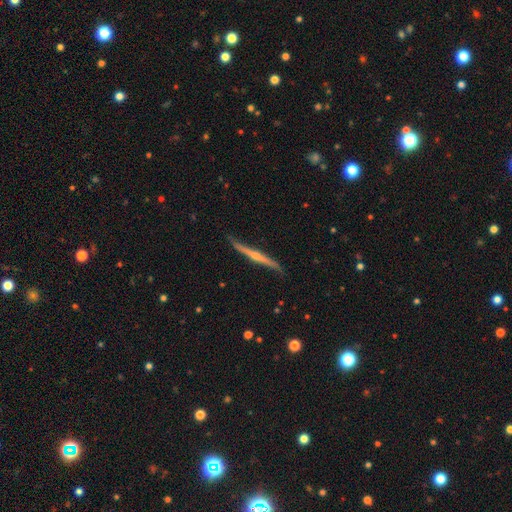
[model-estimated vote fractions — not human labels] Q: Smooth or featured?
A: featured or disk (77%); runner-up: smooth (16%)
Q: Edge-on disk?
A: yes (95%); runner-up: no (5%)
Q: Edge-on bulge?
A: rounded (75%); runner-up: none (19%)
Q: Merging?
A: none (84%); runner-up: minor disturbance (12%)